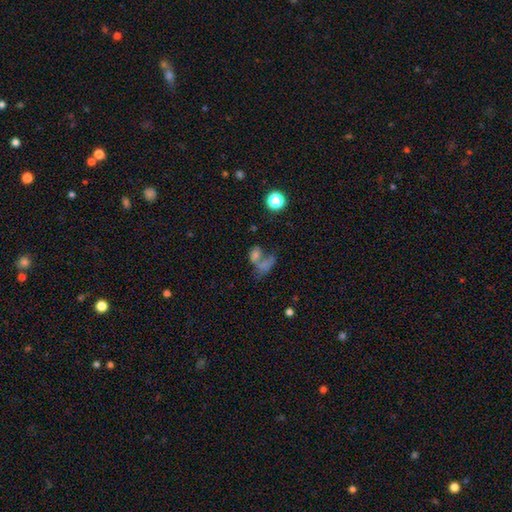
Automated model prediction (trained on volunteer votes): Smooth or featured: smooth — 55% (featured or disk — 25%)
How rounded: in between — 68% (round — 27%)
Merging: merger — 52% (none — 22%)